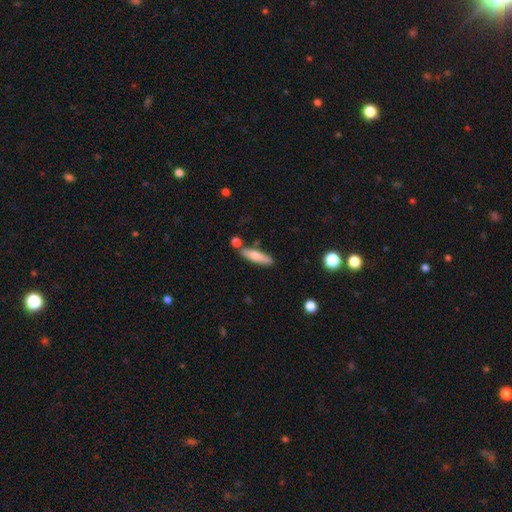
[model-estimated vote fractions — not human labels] Smooth or featured?
  - smooth: 69% *
  - featured or disk: 25%
  - star or artifact: 6%
How rounded?
  - cigar-shaped: 77% *
  - in between: 21%
  - round: 2%
Merging?
  - none: 72% *
  - minor disturbance: 14%
  - merger: 11%
  - major disturbance: 3%